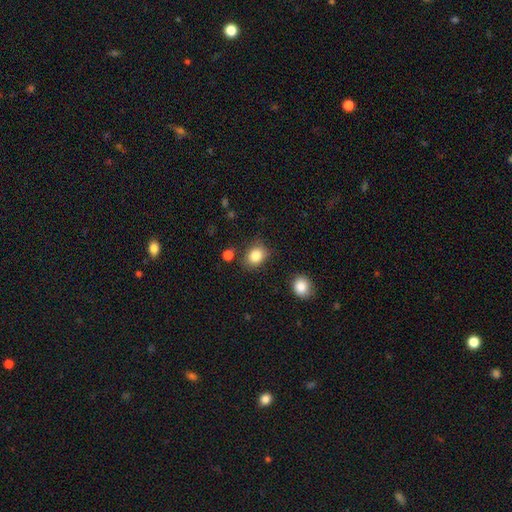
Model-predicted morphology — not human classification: type=smooth (85%); roundness=in between (51%); merging=none (77%).